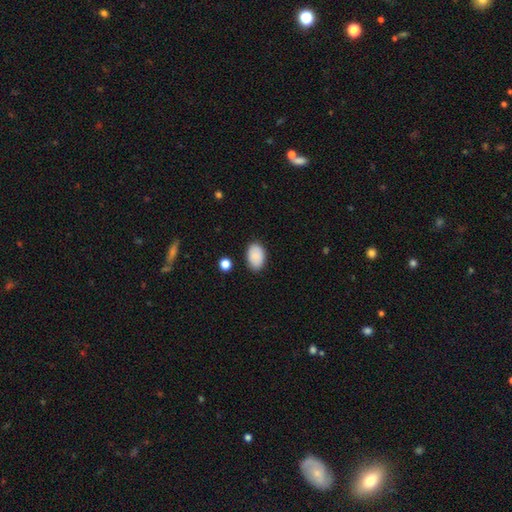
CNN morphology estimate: A smooth galaxy with no disk features (89%) that is in between round and cigar-shaped (90%). Merging: none (85%).